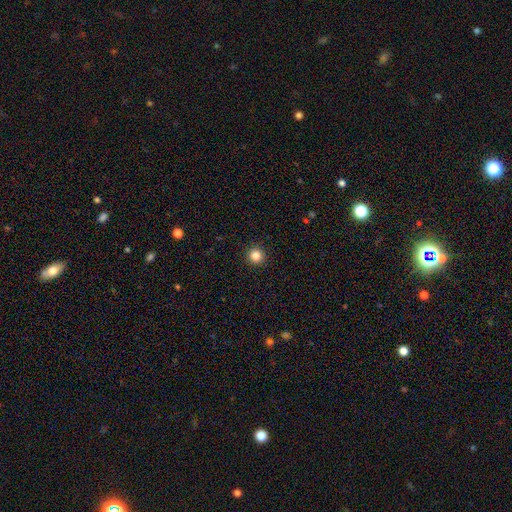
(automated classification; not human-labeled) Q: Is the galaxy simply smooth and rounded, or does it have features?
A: smooth — 84%.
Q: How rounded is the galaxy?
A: round — 96%.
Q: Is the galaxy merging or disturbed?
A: none — 93%.